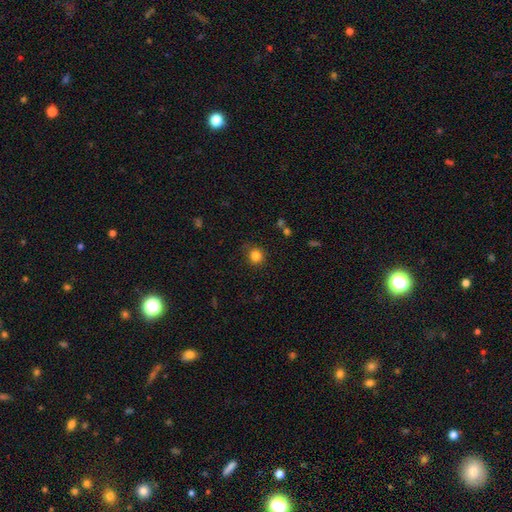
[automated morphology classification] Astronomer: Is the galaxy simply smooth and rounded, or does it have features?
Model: smooth — 84%.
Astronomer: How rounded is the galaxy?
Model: round — 90%.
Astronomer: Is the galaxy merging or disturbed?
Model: none — 85%.